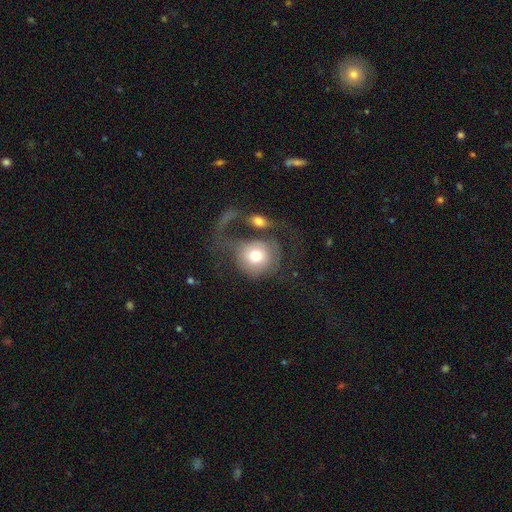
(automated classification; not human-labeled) Smooth or featured? Predicted: smooth (p=0.63). How rounded? Predicted: round (p=0.83). Merging? Predicted: major disturbance (p=0.46).